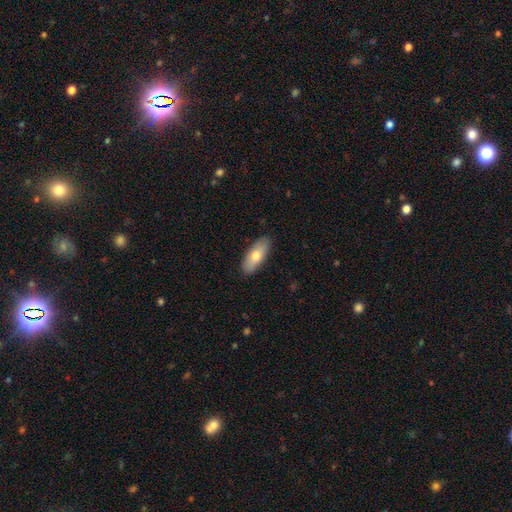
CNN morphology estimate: Smooth or featured: smooth — 73% (featured or disk — 21%)
How rounded: in between — 75% (cigar-shaped — 22%)
Merging: none — 88% (minor disturbance — 9%)